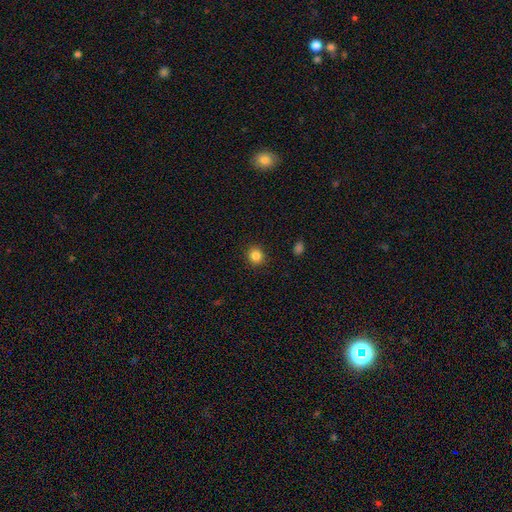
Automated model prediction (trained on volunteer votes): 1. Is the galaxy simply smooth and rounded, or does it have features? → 85% smooth, 11% star or artifact, 4% featured or disk.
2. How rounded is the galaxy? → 89% round, 11% in between, 1% cigar-shaped.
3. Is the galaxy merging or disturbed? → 91% none, 6% minor disturbance, 2% major disturbance, 1% merger.